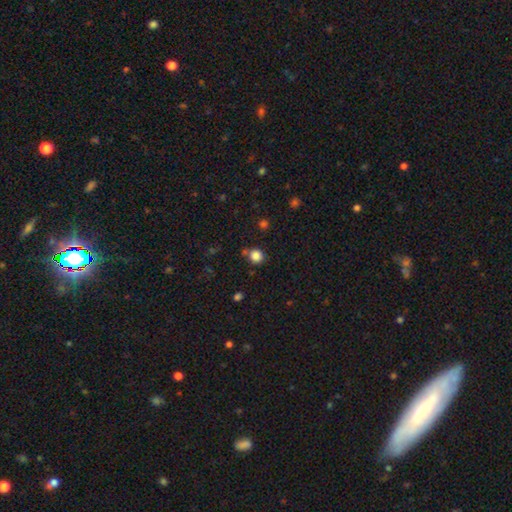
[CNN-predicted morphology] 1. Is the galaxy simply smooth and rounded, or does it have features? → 84% smooth, 12% star or artifact, 4% featured or disk.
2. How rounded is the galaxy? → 88% round, 11% in between, 1% cigar-shaped.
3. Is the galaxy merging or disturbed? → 76% none, 11% minor disturbance, 10% merger, 3% major disturbance.